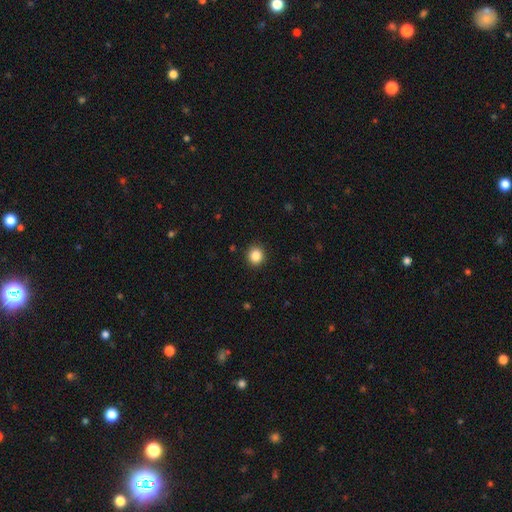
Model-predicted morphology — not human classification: The model was most divided on "smooth or featured": smooth: 86%, star or artifact: 10%, featured or disk: 4%. More confident: merging — none (91%); how rounded — round (89%).